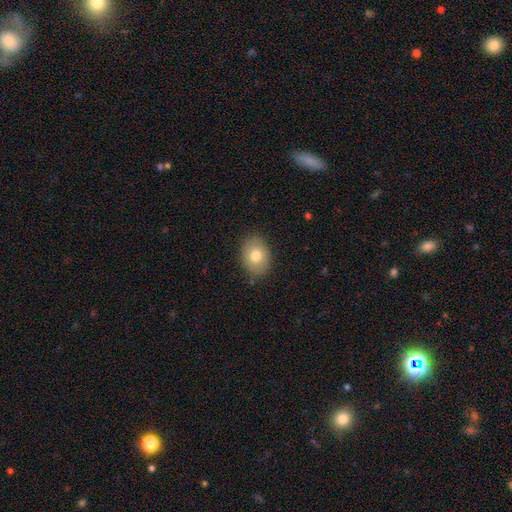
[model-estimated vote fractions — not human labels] Morphology: type=smooth (77%); roundness=in between (67%); merging=none (85%).